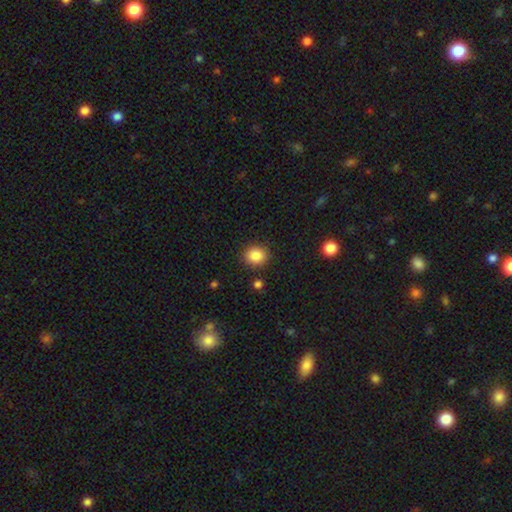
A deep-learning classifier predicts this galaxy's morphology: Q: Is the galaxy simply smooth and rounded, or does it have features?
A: smooth — 86%.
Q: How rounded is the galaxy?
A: round — 77%.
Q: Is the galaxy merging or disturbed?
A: none — 87%.